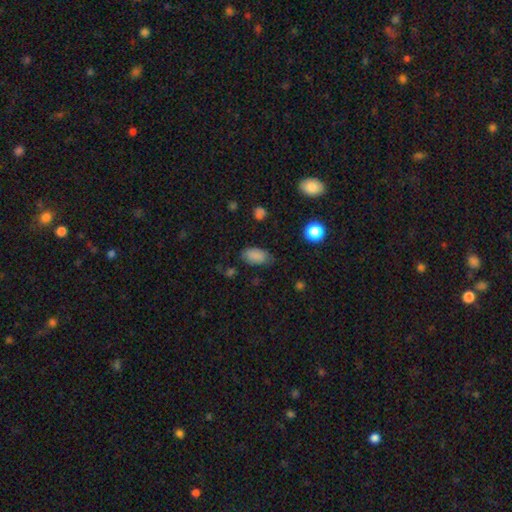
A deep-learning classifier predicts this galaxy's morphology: Smooth or featured?
  - smooth: 85% *
  - star or artifact: 9%
  - featured or disk: 5%
How rounded?
  - in between: 93% *
  - round: 5%
  - cigar-shaped: 2%
Merging?
  - none: 73% *
  - minor disturbance: 20%
  - major disturbance: 5%
  - merger: 2%